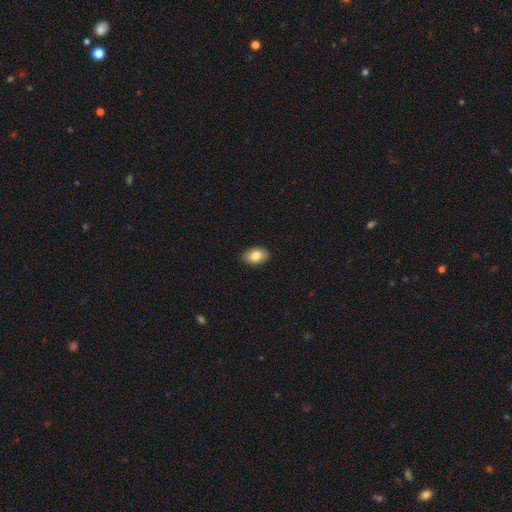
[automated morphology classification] This appears to be a smooth galaxy with no disk features (83%) that is in between round and cigar-shaped (89%). Merging: none (89%).